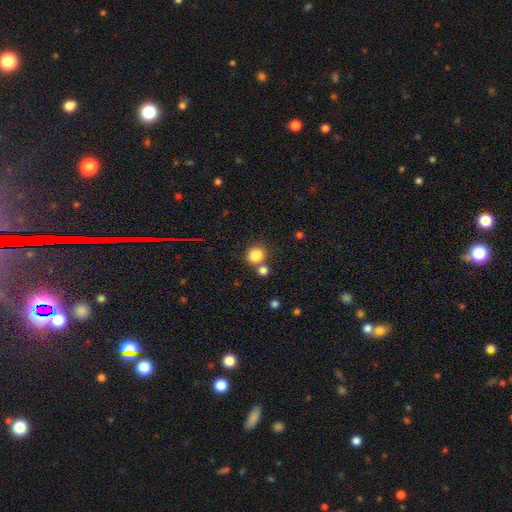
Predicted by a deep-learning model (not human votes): Smooth or featured: smooth — 83% (star or artifact — 12%)
How rounded: round — 83% (in between — 16%)
Merging: none — 60% (merger — 26%)